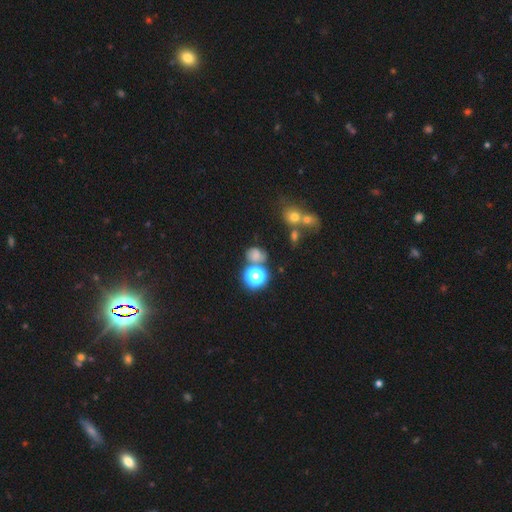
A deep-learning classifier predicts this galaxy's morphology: The model was most divided on "smooth or featured": smooth: 56%, star or artifact: 30%, featured or disk: 13%. More confident: how rounded — round (68%); merging — none (56%).